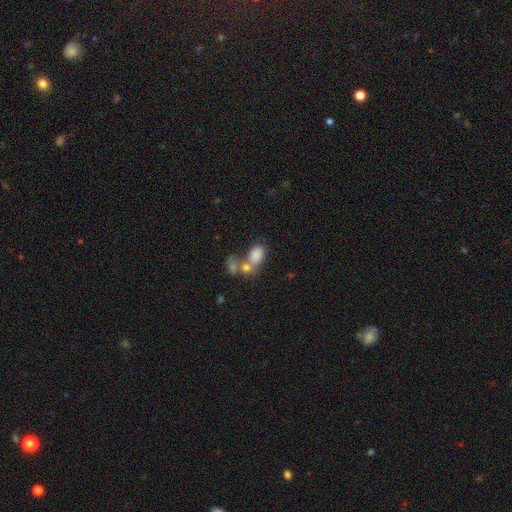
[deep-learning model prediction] Q: Smooth or featured?
A: smooth (79%); runner-up: featured or disk (12%)
Q: How rounded?
A: in between (83%); runner-up: round (15%)
Q: Merging?
A: merger (54%); runner-up: none (28%)